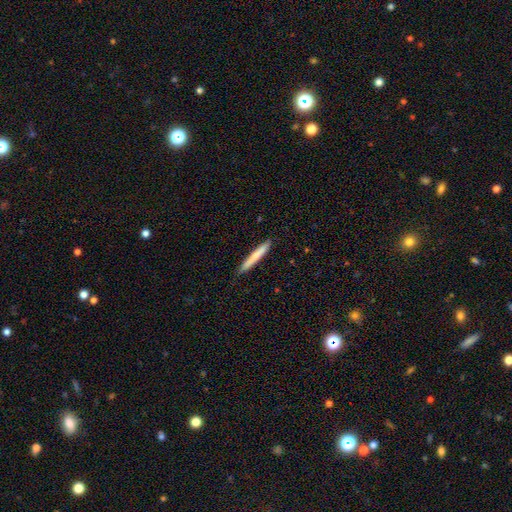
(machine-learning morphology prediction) type=smooth (72%); roundness=cigar-shaped (96%); merging=none (89%).